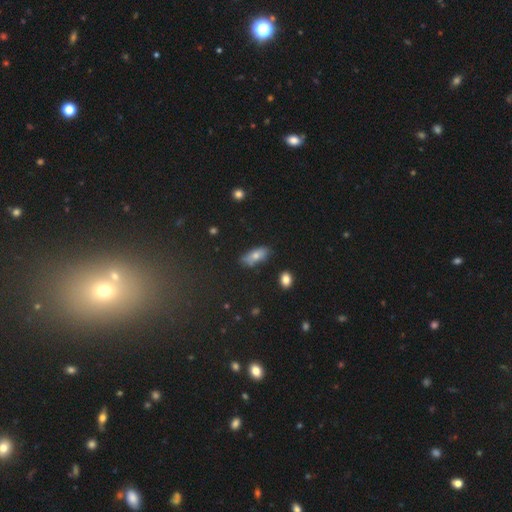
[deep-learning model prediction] Morphology: type=smooth (69%); roundness=in between (76%); merging=none (70%).